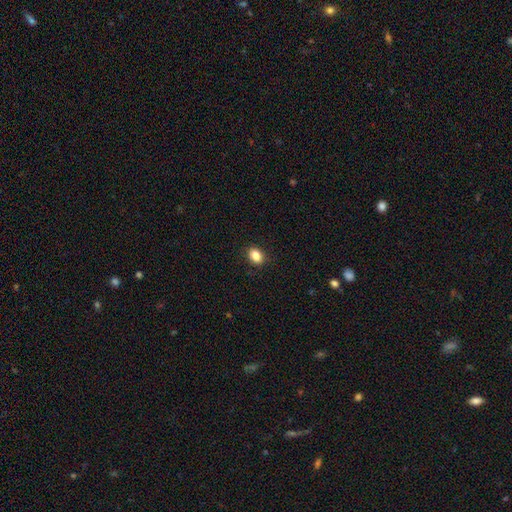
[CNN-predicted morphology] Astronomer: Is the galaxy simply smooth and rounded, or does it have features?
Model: smooth — 86%.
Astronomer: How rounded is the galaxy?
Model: in between — 75%.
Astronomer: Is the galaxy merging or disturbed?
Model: none — 87%.